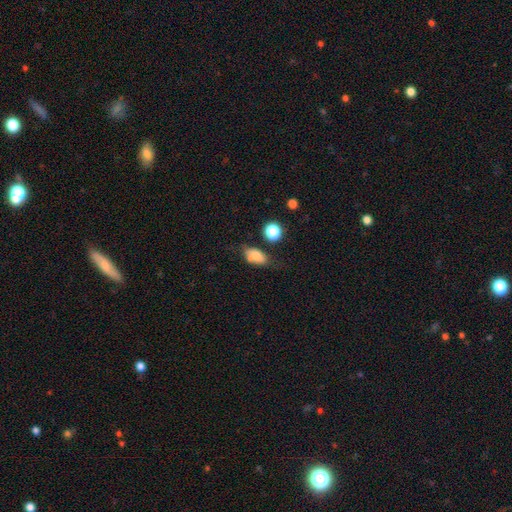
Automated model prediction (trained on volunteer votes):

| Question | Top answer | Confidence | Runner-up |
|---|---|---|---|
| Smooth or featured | smooth | 74% | featured or disk (16%) |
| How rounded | in between | 84% | round (11%) |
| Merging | none | 52% | minor disturbance (26%) |